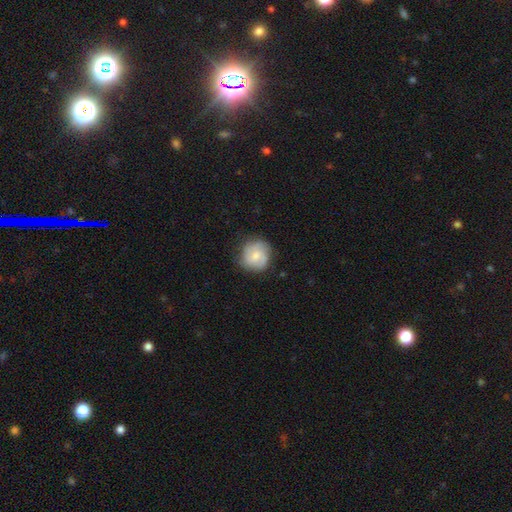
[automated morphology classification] This appears to be a smooth galaxy with no disk features (54%) that is round (88%). Merging: none (75%).